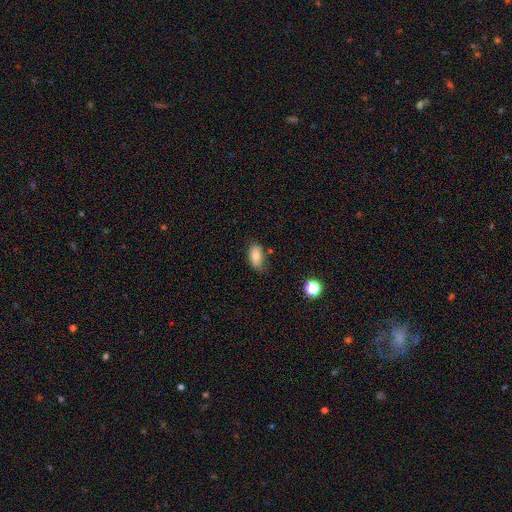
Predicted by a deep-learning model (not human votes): Smooth or featured? Predicted: smooth (p=0.79). How rounded? Predicted: in between (p=0.91). Merging? Predicted: none (p=0.71).